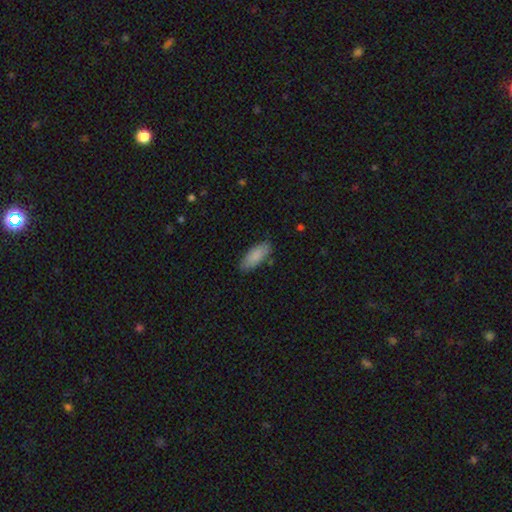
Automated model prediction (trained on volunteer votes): Smooth or featured?
  - smooth: 87% *
  - featured or disk: 7%
  - star or artifact: 6%
How rounded?
  - in between: 79% *
  - cigar-shaped: 20%
  - round: 2%
Merging?
  - none: 82% *
  - minor disturbance: 14%
  - major disturbance: 3%
  - merger: 2%